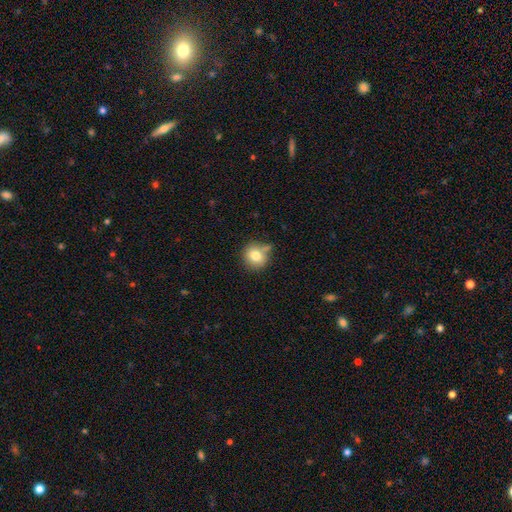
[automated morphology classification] Smooth or featured?
  - smooth: 79% *
  - featured or disk: 11%
  - star or artifact: 10%
How rounded?
  - round: 87% *
  - in between: 12%
  - cigar-shaped: 1%
Merging?
  - none: 64% *
  - minor disturbance: 19%
  - merger: 11%
  - major disturbance: 5%